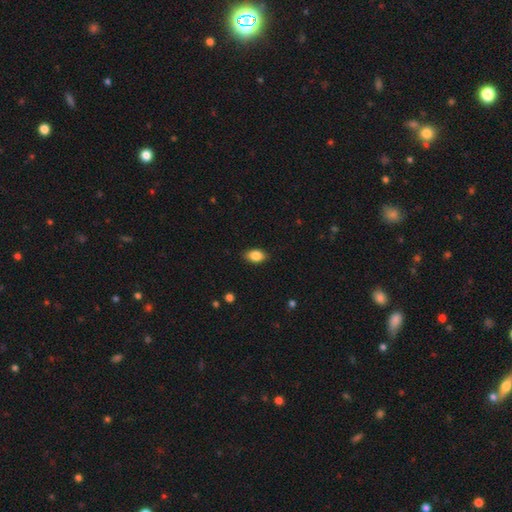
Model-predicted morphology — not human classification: This is clearly a smooth galaxy (85%). How rounded: clearly in between (86%). Merging: clearly none (87%).